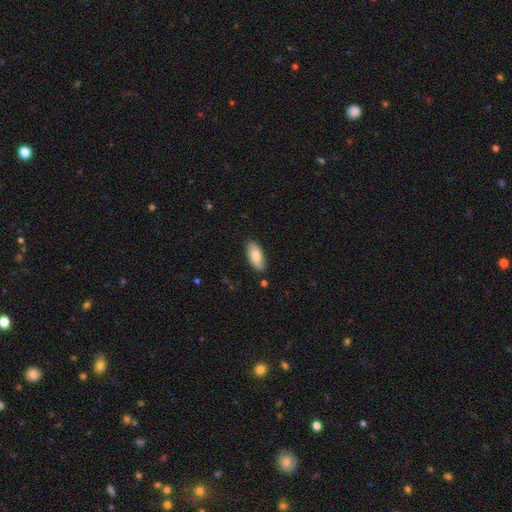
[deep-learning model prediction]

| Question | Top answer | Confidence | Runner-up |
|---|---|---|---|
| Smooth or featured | smooth | 81% | featured or disk (13%) |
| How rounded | in between | 83% | cigar-shaped (15%) |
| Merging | none | 84% | minor disturbance (12%) |